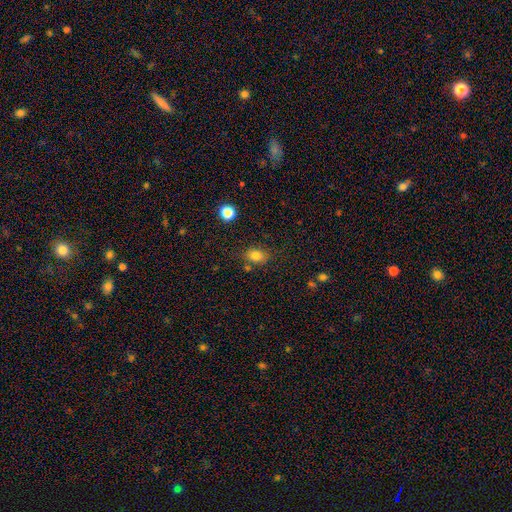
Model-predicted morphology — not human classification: The model was most divided on "how rounded": in between: 65%, round: 33%, cigar-shaped: 1%. More confident: smooth or featured — smooth (81%); merging — none (75%).